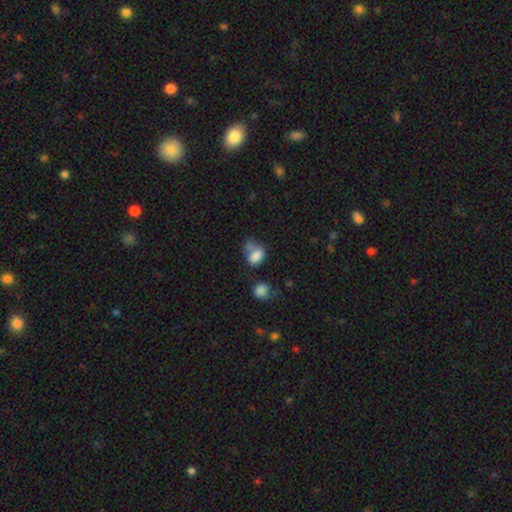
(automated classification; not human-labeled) smooth 77%, star or artifact 11%, featured or disk 11%. Down the decision tree: how rounded — in between (73%); merging — none (32%).